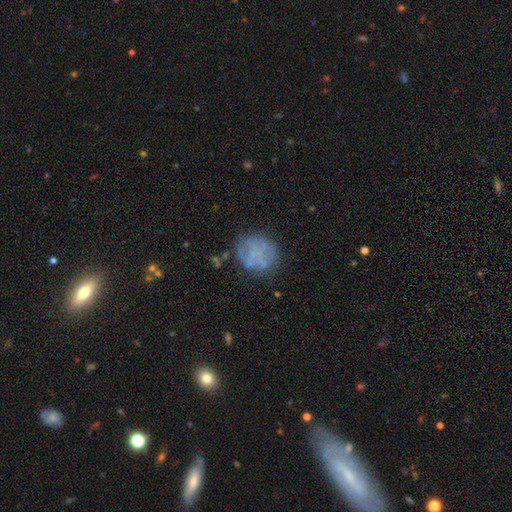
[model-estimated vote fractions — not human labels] Smooth or featured?
  - featured or disk: 47% *
  - smooth: 38%
  - star or artifact: 14%
Merging?
  - none: 67% *
  - minor disturbance: 17%
  - major disturbance: 11%
  - merger: 4%